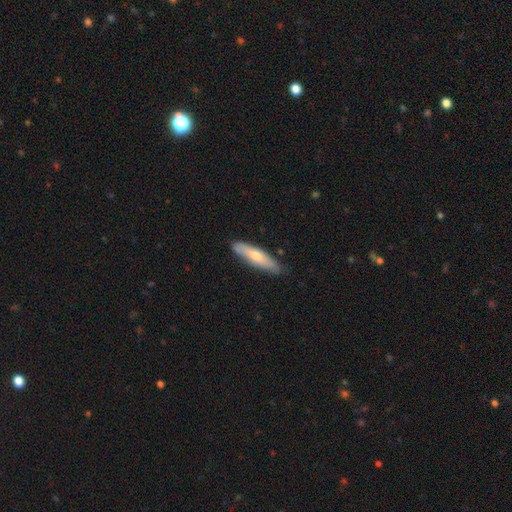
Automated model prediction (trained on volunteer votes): smooth 62%, featured or disk 33%, star or artifact 5%. Down the decision tree: how rounded — cigar-shaped (76%); merging — none (81%).